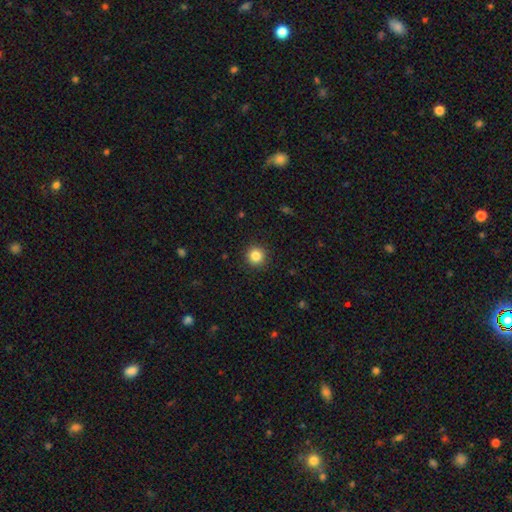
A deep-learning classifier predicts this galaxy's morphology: This is clearly a smooth galaxy (85%). How rounded: clearly round (95%). Merging: clearly none (92%).